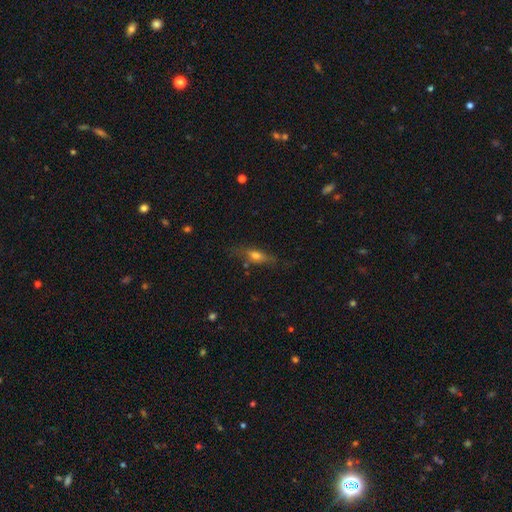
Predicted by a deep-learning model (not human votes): Overall: smooth (55%; featured or disk 34%). How rounded: in between (51%; cigar-shaped 44%). Merging: none (69%).